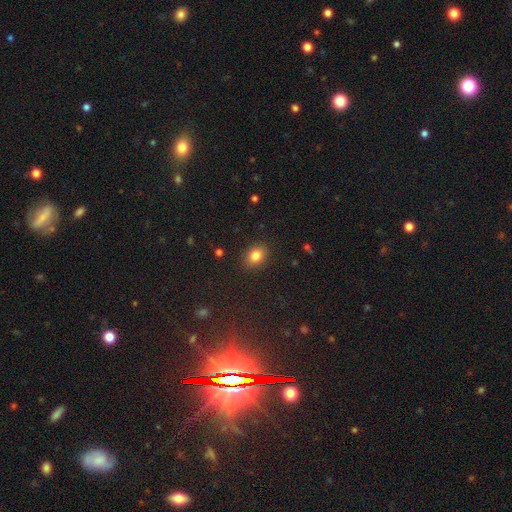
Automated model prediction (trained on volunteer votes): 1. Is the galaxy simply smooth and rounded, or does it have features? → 82% smooth, 11% star or artifact, 7% featured or disk.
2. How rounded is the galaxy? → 57% in between, 42% round, 1% cigar-shaped.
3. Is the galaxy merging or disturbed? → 87% none, 9% minor disturbance, 3% major disturbance, 1% merger.